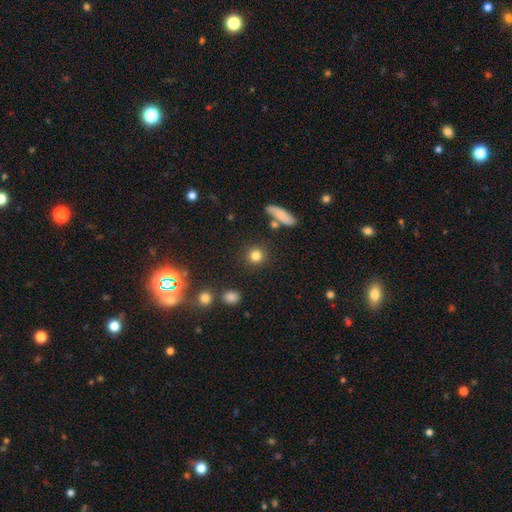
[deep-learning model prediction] This appears to be a smooth galaxy with no disk features (81%) that is round (91%). Merging: none (86%).